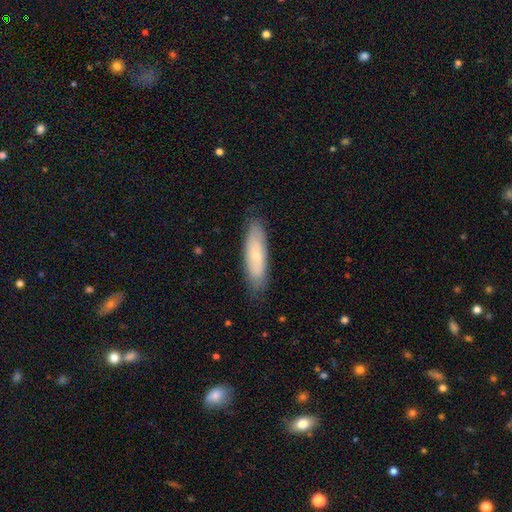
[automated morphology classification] Smooth or featured?
  - smooth: 59% *
  - featured or disk: 34%
  - star or artifact: 7%
How rounded?
  - cigar-shaped: 62% *
  - in between: 36%
  - round: 2%
Merging?
  - none: 83% *
  - minor disturbance: 13%
  - major disturbance: 3%
  - merger: 1%